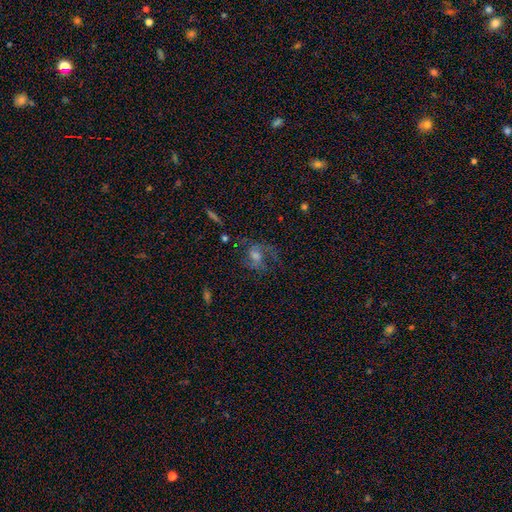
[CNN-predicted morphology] type=featured or disk (60%); edge-on=no (96%); bar=no (54%); spiral arms=yes (80%); bulge=moderate (49%); merging=none (51%).